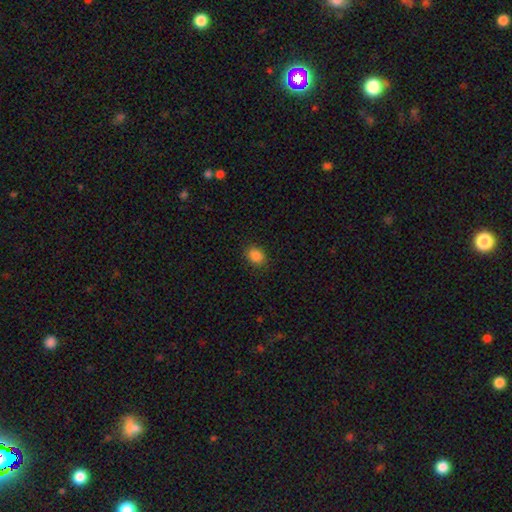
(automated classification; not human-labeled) Smooth or featured: smooth — 86% (star or artifact — 10%)
How rounded: round — 52% (in between — 47%)
Merging: none — 88% (minor disturbance — 9%)